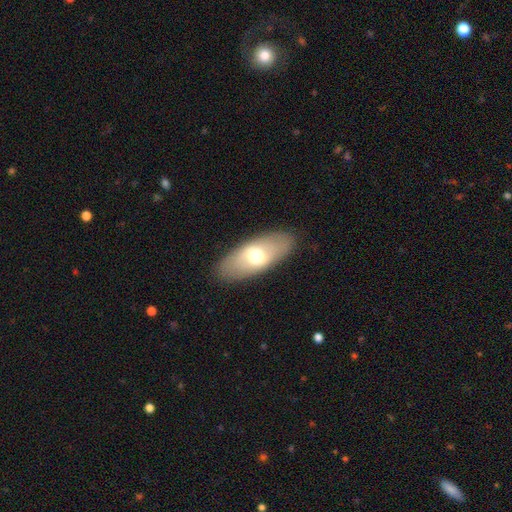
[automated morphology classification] A smooth galaxy with no disk features (58%) that is in between round and cigar-shaped (85%).

Vote fractions:
- Smooth or featured? smooth: 58% / featured or disk: 36% / star or artifact: 6%
- How rounded? in between: 85% / cigar-shaped: 12% / round: 3%
- Merging? none: 87% / minor disturbance: 9% / major disturbance: 3% / merger: 1%